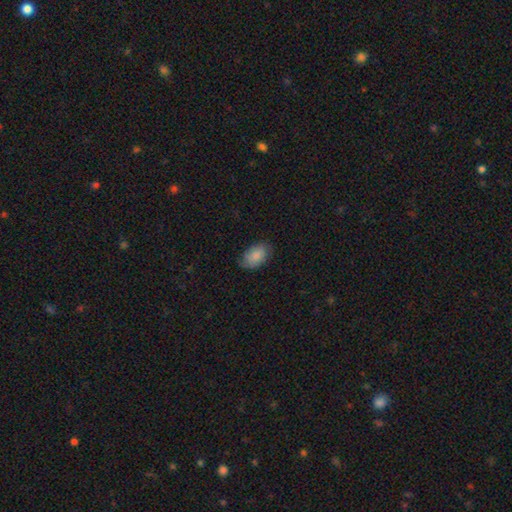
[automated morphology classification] Smooth or featured? Predicted: smooth (p=0.85). How rounded? Predicted: in between (p=0.92). Merging? Predicted: none (p=0.76).